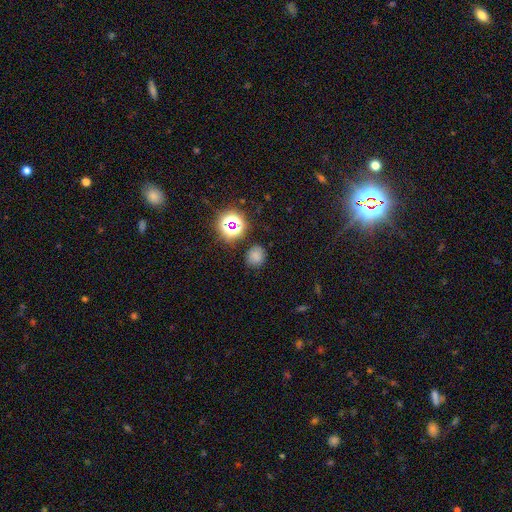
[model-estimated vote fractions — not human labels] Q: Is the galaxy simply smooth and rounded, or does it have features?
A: smooth — 70%.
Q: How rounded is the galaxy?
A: round — 75%.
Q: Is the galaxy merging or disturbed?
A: none — 80%.